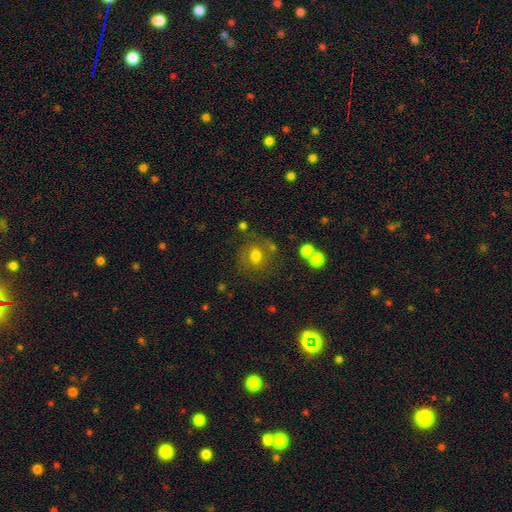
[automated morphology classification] Smooth or featured: smooth — 66% (featured or disk — 21%)
How rounded: round — 67% (in between — 32%)
Merging: none — 71% (minor disturbance — 15%)